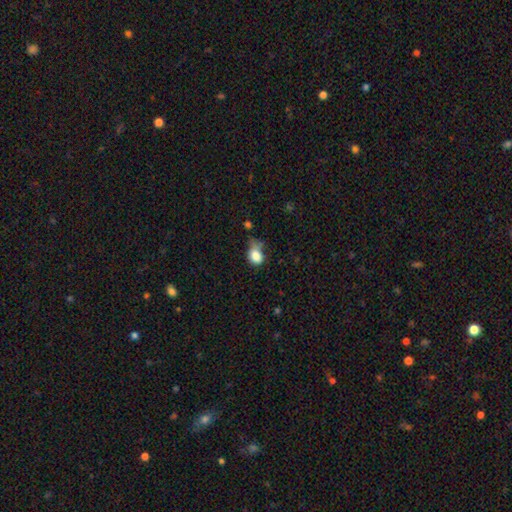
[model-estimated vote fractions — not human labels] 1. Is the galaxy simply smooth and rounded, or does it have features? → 81% smooth, 10% star or artifact, 9% featured or disk.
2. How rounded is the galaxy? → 63% in between, 35% round, 1% cigar-shaped.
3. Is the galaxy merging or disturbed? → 38% minor disturbance, 28% none, 25% major disturbance, 8% merger.